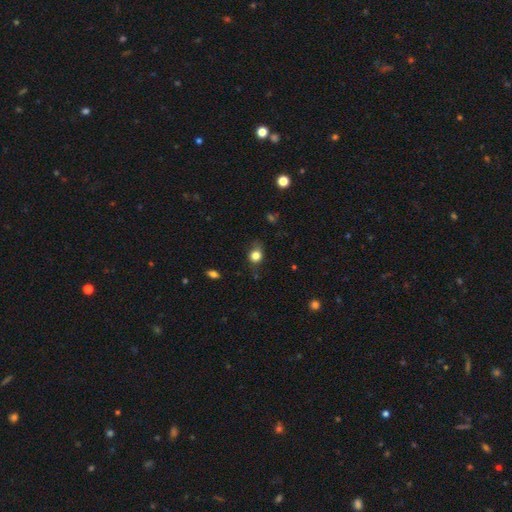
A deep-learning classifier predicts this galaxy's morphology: smooth 81%, star or artifact 11%, featured or disk 8%. Down the decision tree: how rounded — round (62%); merging — none (61%).